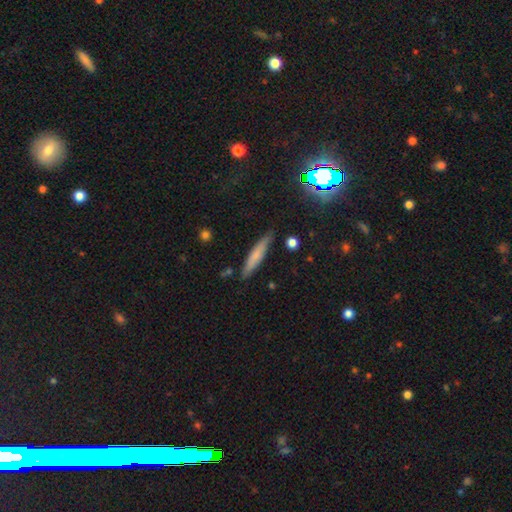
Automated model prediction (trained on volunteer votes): This is likely a smooth galaxy (62%). How rounded: clearly cigar-shaped (89%). Merging: clearly none (85%).